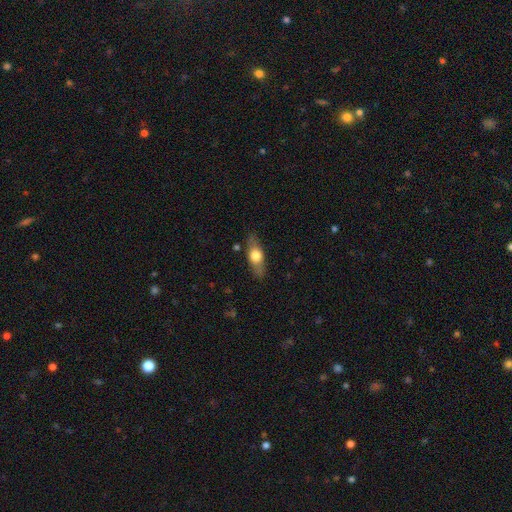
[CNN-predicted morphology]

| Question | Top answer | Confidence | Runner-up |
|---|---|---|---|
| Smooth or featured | smooth | 55% | featured or disk (38%) |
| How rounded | in between | 62% | cigar-shaped (32%) |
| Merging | none | 82% | minor disturbance (13%) |